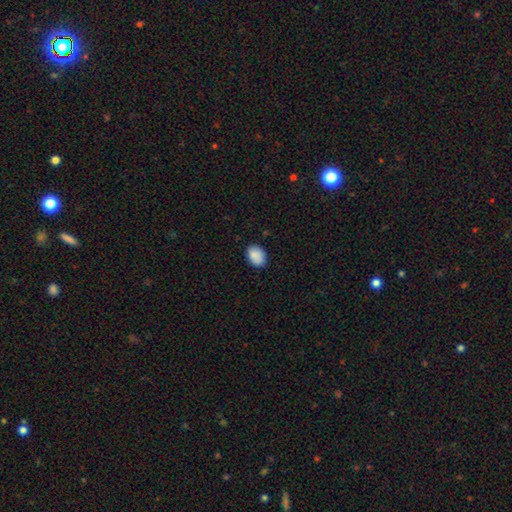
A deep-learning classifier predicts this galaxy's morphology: A smooth galaxy with no disk features (87%) that is in between round and cigar-shaped (73%). Merging: none (81%).